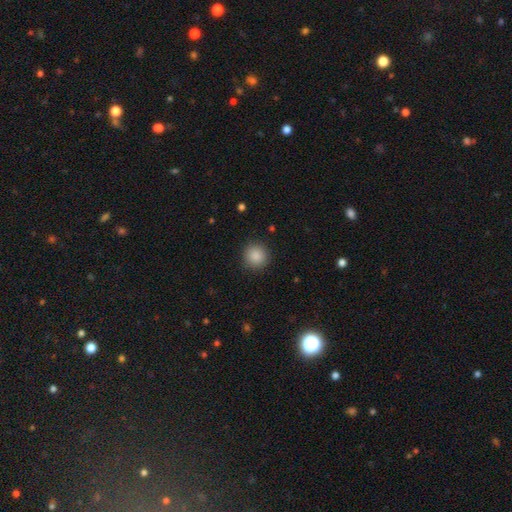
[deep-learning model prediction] Smooth or featured? smooth (88%)
How rounded? round (94%)
Merging? none (90%)